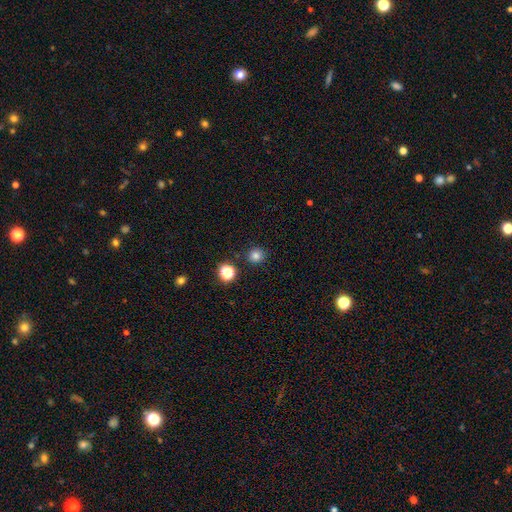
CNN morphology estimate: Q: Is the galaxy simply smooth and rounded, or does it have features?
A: smooth — 79%.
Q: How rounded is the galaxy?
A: round — 90%.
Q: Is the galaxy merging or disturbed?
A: none — 88%.